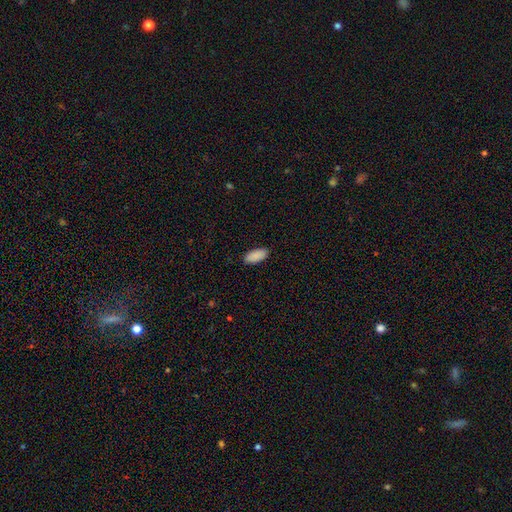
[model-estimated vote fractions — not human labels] A smooth galaxy with no disk features (90%) that is in between round and cigar-shaped (90%).

Vote fractions:
- Smooth or featured? smooth: 90% / star or artifact: 6% / featured or disk: 3%
- How rounded? in between: 90% / cigar-shaped: 8% / round: 2%
- Merging? none: 89% / minor disturbance: 8% / major disturbance: 2% / merger: 1%